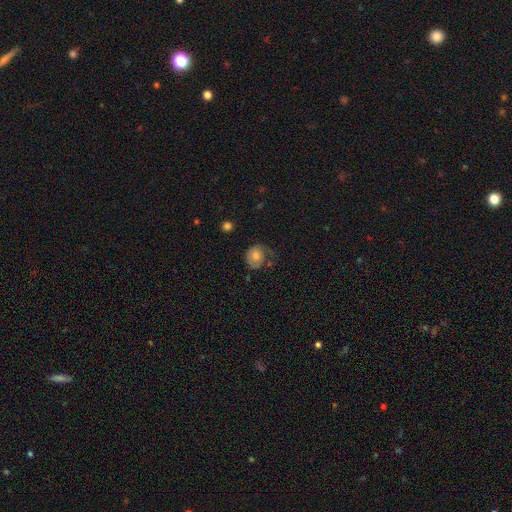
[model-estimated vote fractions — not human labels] smooth_or_featured: smooth (p=0.56) [alt: featured or disk p=0.36]
how_rounded: round (p=0.73) [alt: in between p=0.26]
merging: none (p=0.50) [alt: minor disturbance p=0.26]